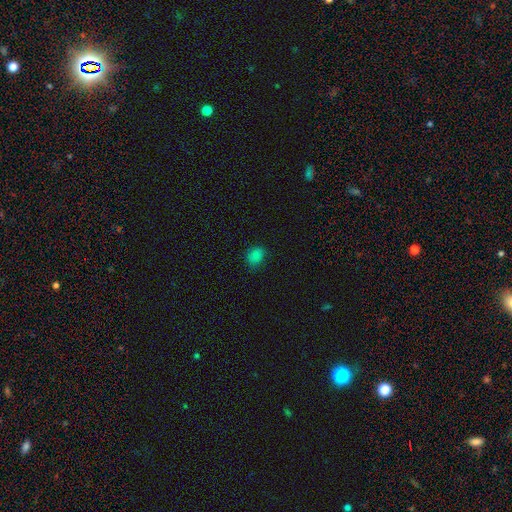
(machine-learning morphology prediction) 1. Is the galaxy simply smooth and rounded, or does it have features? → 81% smooth, 16% star or artifact, 4% featured or disk.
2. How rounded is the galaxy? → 51% round, 48% in between, 1% cigar-shaped.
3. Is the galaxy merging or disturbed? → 77% none, 18% minor disturbance, 4% major disturbance, 1% merger.